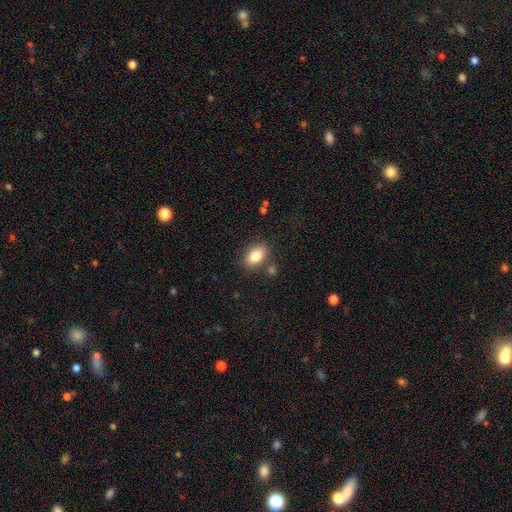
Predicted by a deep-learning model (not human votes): smooth-or-featured: smooth: 83% | featured or disk: 8% | star or artifact: 8%
  how-rounded: in between: 84% | round: 14% | cigar-shaped: 1%
  merging: none: 79% | minor disturbance: 12% | merger: 6% | major disturbance: 3%